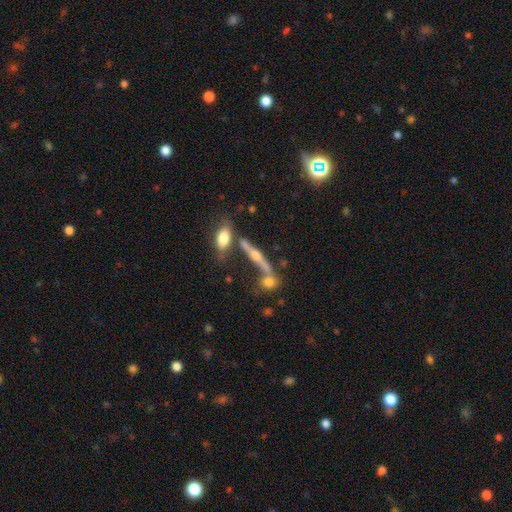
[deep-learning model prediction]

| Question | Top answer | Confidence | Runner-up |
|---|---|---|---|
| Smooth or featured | featured or disk | 64% | smooth (23%) |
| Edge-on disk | yes | 89% | no (11%) |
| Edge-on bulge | rounded | 91% | none (5%) |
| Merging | none | 56% | merger (25%) |